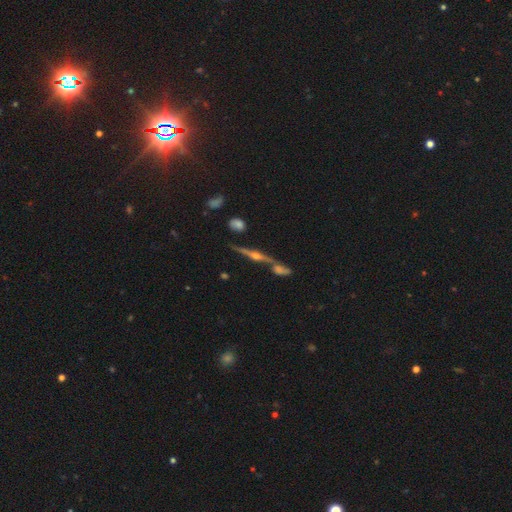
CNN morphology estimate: Smooth or featured? featured or disk (82%)
Edge-on disk? yes (95%)
Edge-on bulge? rounded (90%)
Merging? none (65%)